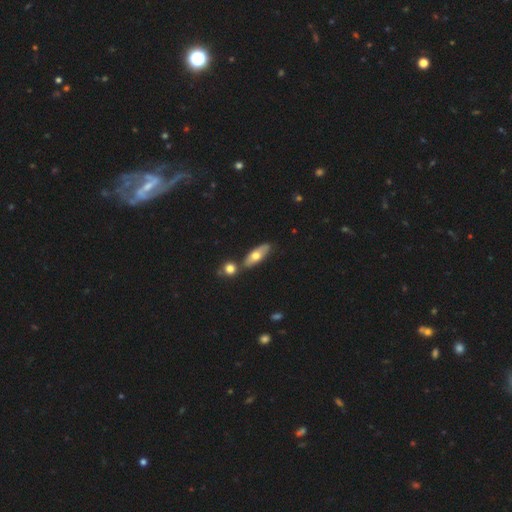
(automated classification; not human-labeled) Smooth or featured?
  - smooth: 58% *
  - featured or disk: 36%
  - star or artifact: 6%
How rounded?
  - in between: 64% *
  - cigar-shaped: 33%
  - round: 4%
Merging?
  - none: 70% *
  - merger: 16%
  - minor disturbance: 12%
  - major disturbance: 3%